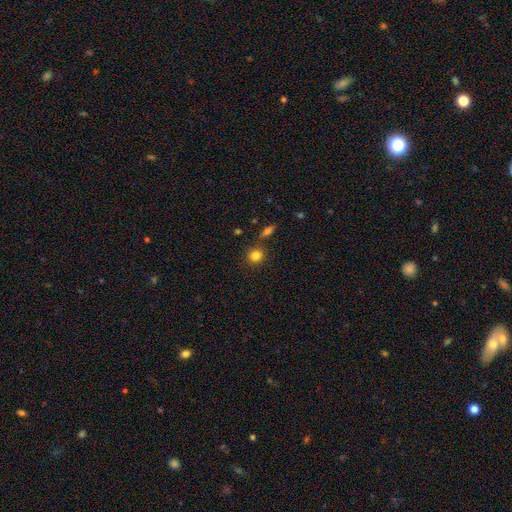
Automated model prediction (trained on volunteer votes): A smooth galaxy with no disk features (82%) that is round (89%).

Vote fractions:
- Smooth or featured? smooth: 82% / star or artifact: 12% / featured or disk: 7%
- How rounded? round: 89% / in between: 10% / cigar-shaped: 1%
- Merging? none: 80% / minor disturbance: 9% / merger: 7% / major disturbance: 3%